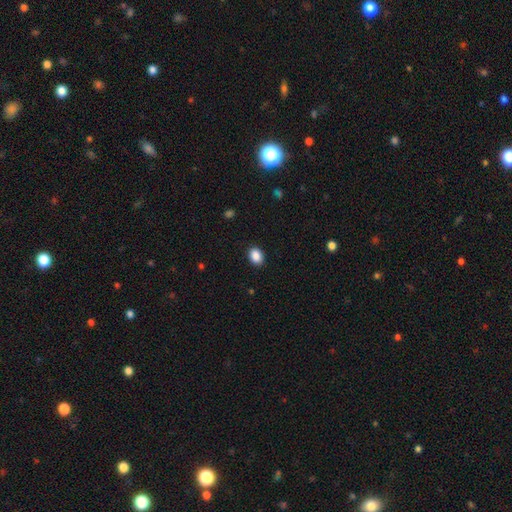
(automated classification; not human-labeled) smooth_or_featured: smooth (p=0.89) [alt: star or artifact p=0.08]
how_rounded: in between (p=0.64) [alt: round p=0.35]
merging: none (p=0.90) [alt: minor disturbance p=0.07]